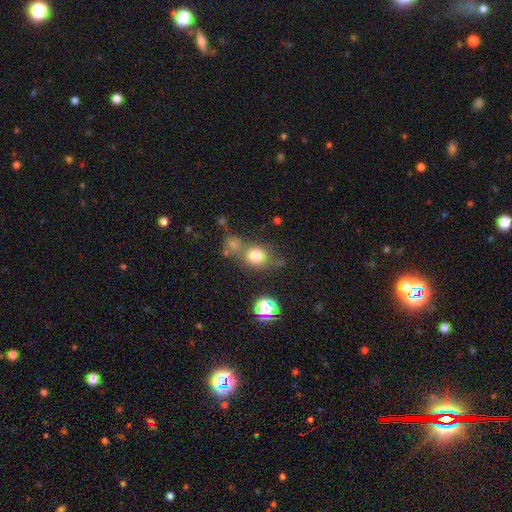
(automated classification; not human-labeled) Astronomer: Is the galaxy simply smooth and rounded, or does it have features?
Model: smooth — 75%.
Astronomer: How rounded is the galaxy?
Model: round — 69%.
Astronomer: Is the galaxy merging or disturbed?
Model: none — 58%.